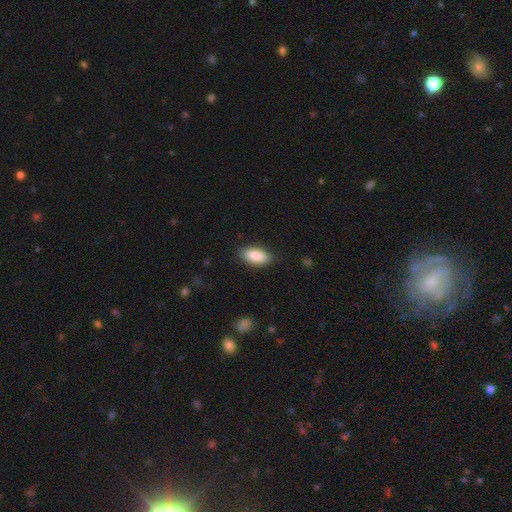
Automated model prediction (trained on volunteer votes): This appears to be a smooth galaxy with no disk features (88%) that is in between round and cigar-shaped (90%). Merging: none (86%).